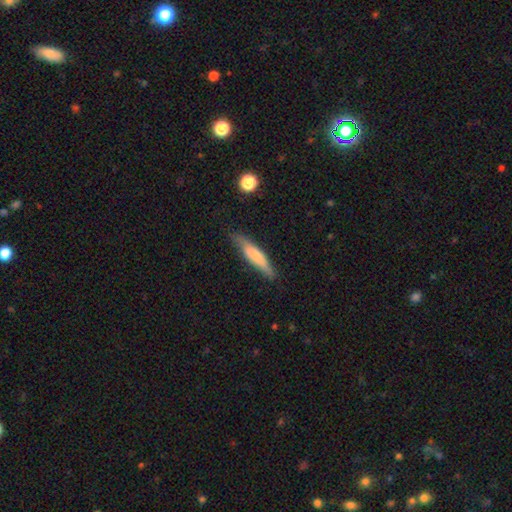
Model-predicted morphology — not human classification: Smooth or featured?
  - smooth: 63% *
  - featured or disk: 31%
  - star or artifact: 6%
How rounded?
  - cigar-shaped: 84% *
  - in between: 15%
  - round: 1%
Merging?
  - none: 74% *
  - minor disturbance: 20%
  - major disturbance: 4%
  - merger: 2%